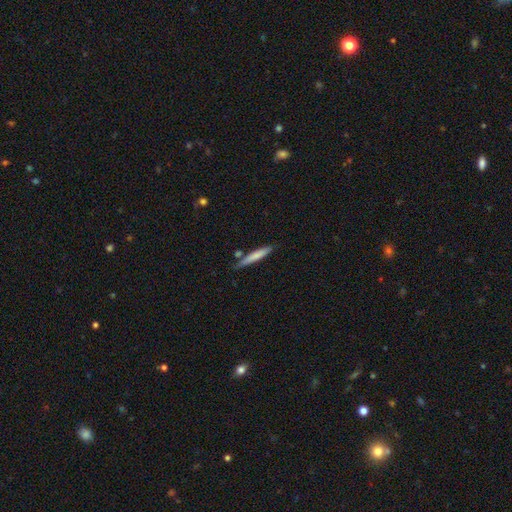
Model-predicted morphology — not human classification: A smooth galaxy with no disk features (71%) that is cigar-shaped (93%).

Vote fractions:
- Smooth or featured? smooth: 71% / featured or disk: 23% / star or artifact: 6%
- How rounded? cigar-shaped: 93% / in between: 6% / round: 1%
- Merging? none: 74% / minor disturbance: 16% / merger: 7% / major disturbance: 3%